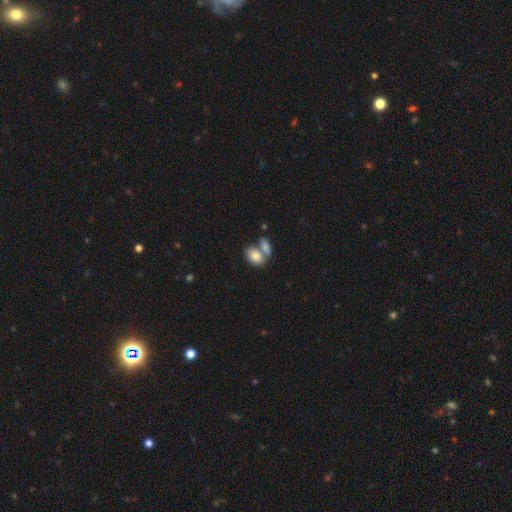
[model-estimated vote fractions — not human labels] A smooth galaxy with no disk features (82%) that is in between round and cigar-shaped (85%). Merging: merger (52%).